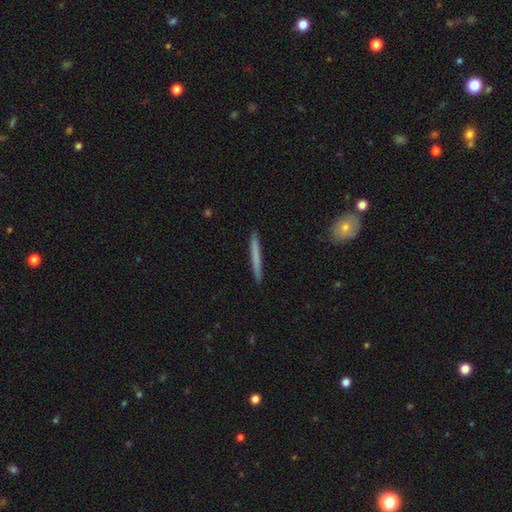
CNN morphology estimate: Q: Smooth or featured?
A: smooth (65%); runner-up: featured or disk (30%)
Q: How rounded?
A: cigar-shaped (97%); runner-up: in between (2%)
Q: Merging?
A: none (92%); runner-up: minor disturbance (6%)